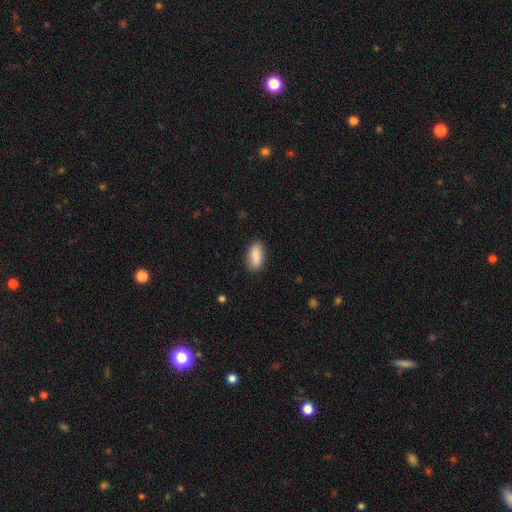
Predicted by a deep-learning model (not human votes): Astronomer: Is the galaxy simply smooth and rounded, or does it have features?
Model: smooth — 85%.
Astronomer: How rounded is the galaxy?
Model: in between — 85%.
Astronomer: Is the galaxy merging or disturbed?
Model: none — 80%.